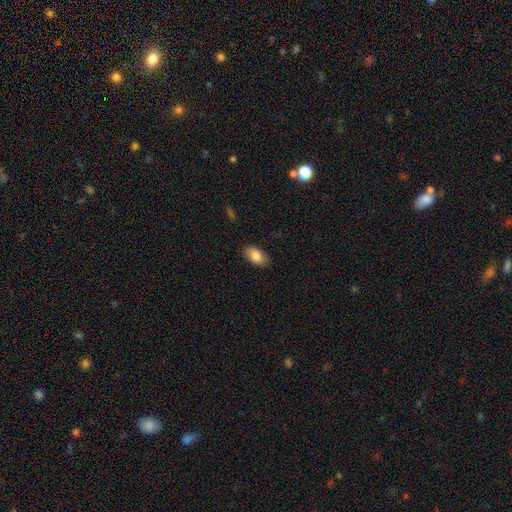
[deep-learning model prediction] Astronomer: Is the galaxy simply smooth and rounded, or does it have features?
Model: smooth — 85%.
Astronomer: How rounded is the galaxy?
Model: in between — 94%.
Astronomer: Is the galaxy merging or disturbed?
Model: none — 87%.